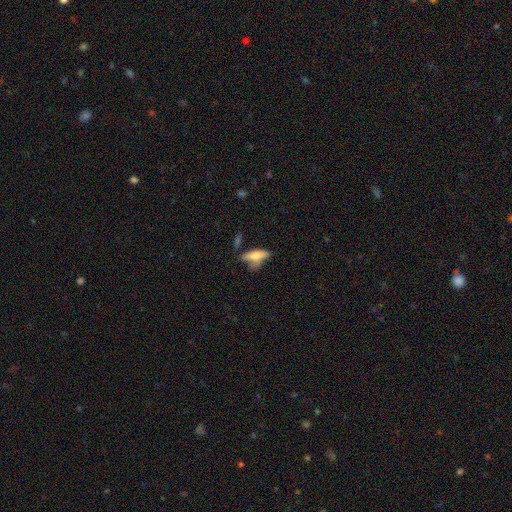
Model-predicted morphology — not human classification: Smooth or featured?
  - smooth: 64% *
  - featured or disk: 27%
  - star or artifact: 9%
How rounded?
  - in between: 58% *
  - cigar-shaped: 38%
  - round: 3%
Merging?
  - none: 43% *
  - minor disturbance: 27%
  - major disturbance: 18%
  - merger: 12%